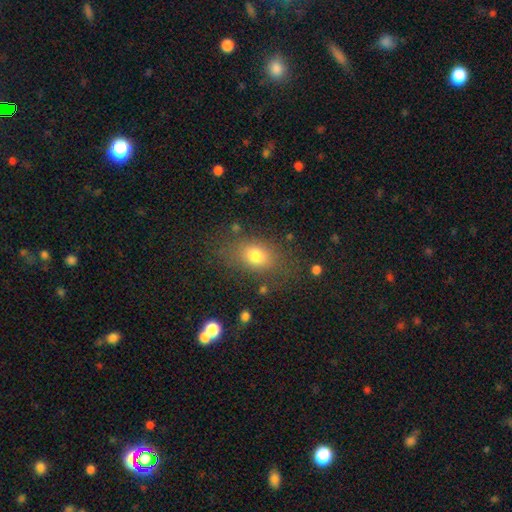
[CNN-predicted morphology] smooth 76%, featured or disk 12%, star or artifact 12%. Down the decision tree: how rounded — in between (72%); merging — none (74%).